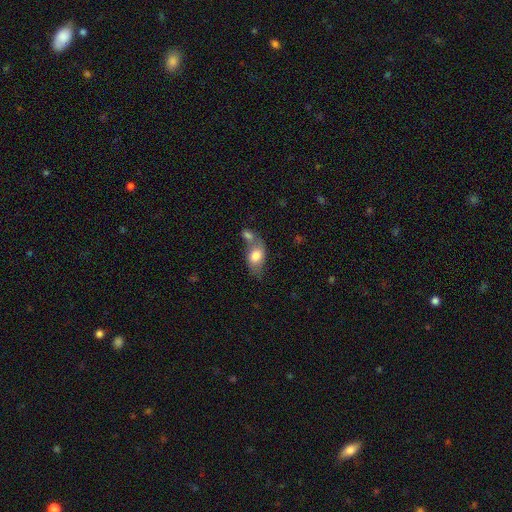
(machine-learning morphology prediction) type=smooth (75%); roundness=in between (86%); merging=merger (42%).